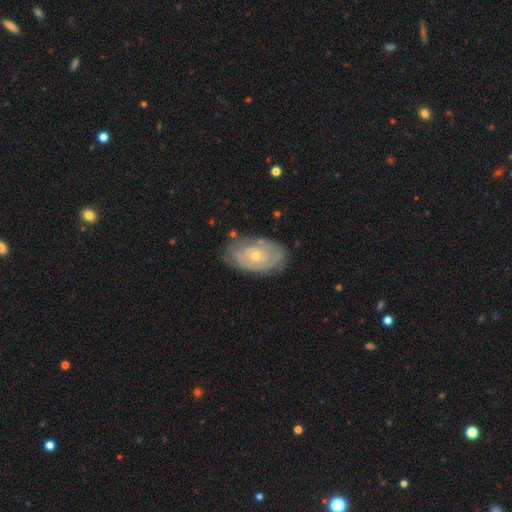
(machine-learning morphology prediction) The model was most divided on "spiral arms": yes: 58%, no: 42%. More confident: edge-on disk — no (93%); bar — no (86%); merging — none (74%); bulge size — small (65%); smooth or featured — featured or disk (63%).